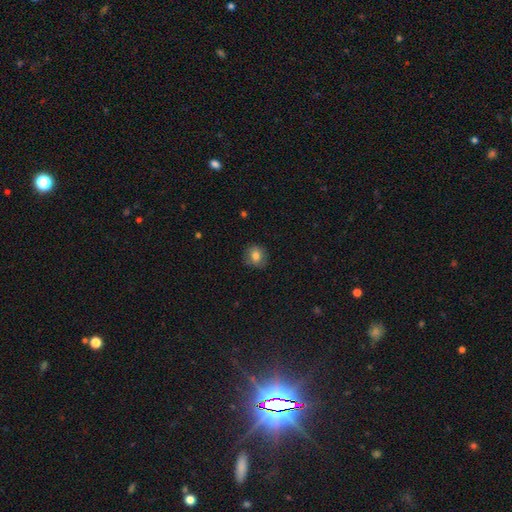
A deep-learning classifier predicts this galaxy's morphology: smooth 80%, featured or disk 10%, star or artifact 10%. Down the decision tree: how rounded — round (72%); merging — none (81%).